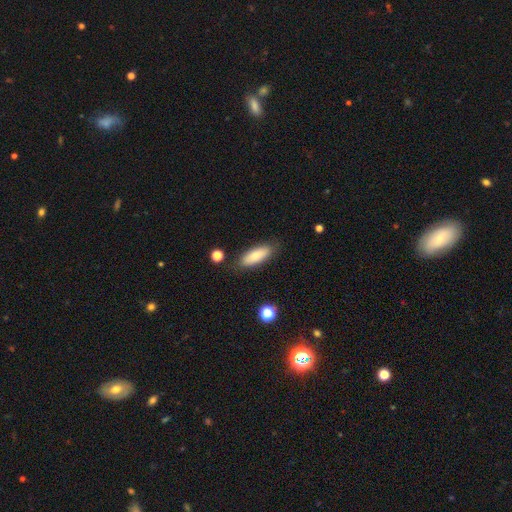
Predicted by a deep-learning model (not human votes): smooth-or-featured: smooth: 80% | featured or disk: 13% | star or artifact: 7%
  how-rounded: in between: 66% | cigar-shaped: 32% | round: 2%
  merging: none: 83% | minor disturbance: 12% | major disturbance: 3% | merger: 2%